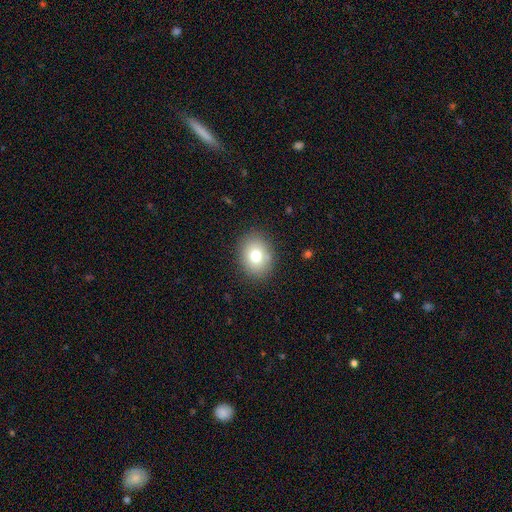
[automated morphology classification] This is likely a smooth galaxy (74%). How rounded: possibly in between (50%). Merging: clearly none (86%).